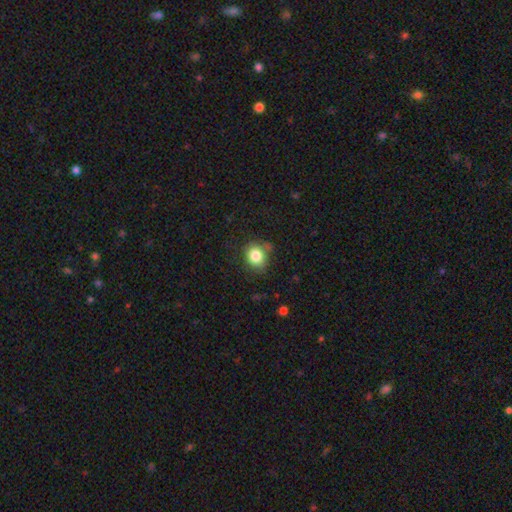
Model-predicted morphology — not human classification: This is clearly a smooth galaxy (83%). How rounded: likely round (69%). Merging: likely none (70%).